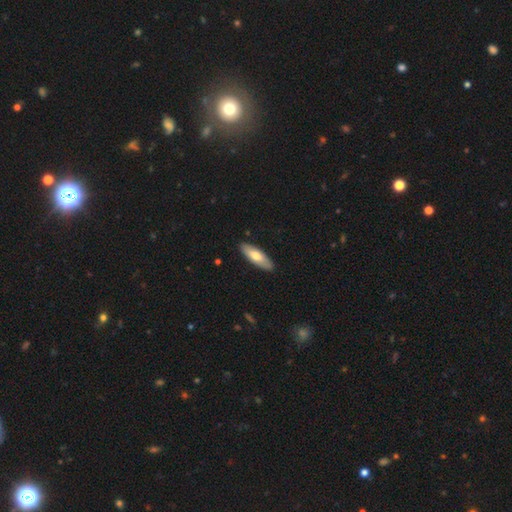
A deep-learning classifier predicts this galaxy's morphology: A smooth galaxy with no disk features (68%) that is in between round and cigar-shaped (59%). Merging: none (89%).